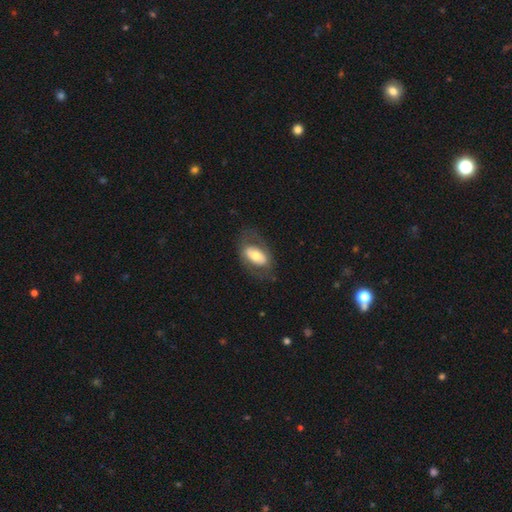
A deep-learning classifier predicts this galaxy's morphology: type=smooth (52%); roundness=in between (91%); merging=none (69%).